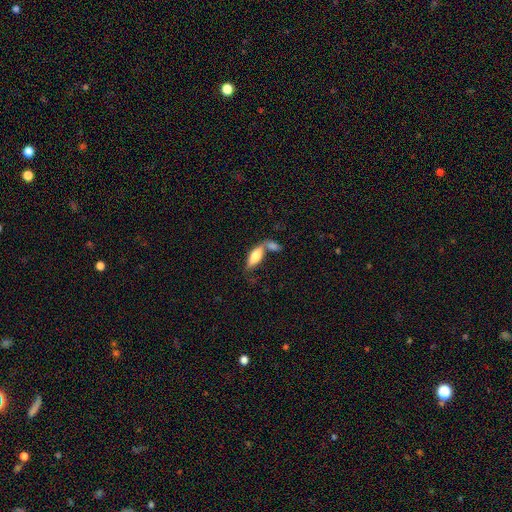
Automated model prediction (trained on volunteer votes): smooth_or_featured: smooth (p=0.72) [alt: featured or disk p=0.22]
how_rounded: in between (p=0.72) [alt: cigar-shaped p=0.26]
merging: merger (p=0.42) [alt: none p=0.40]